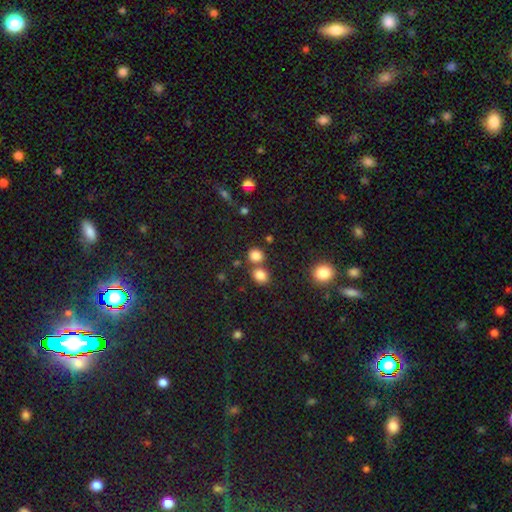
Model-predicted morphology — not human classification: A smooth galaxy with no disk features (82%) that is round (72%). Merging: none (61%).